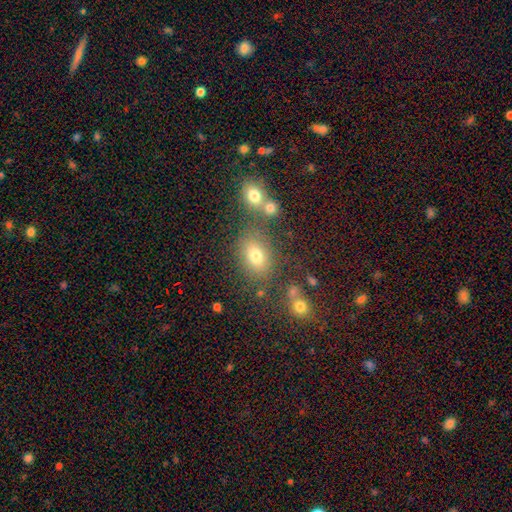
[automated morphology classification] The model was most divided on "how rounded": in between: 68%, round: 30%, cigar-shaped: 2%. More confident: smooth or featured — smooth (72%); merging — none (70%).